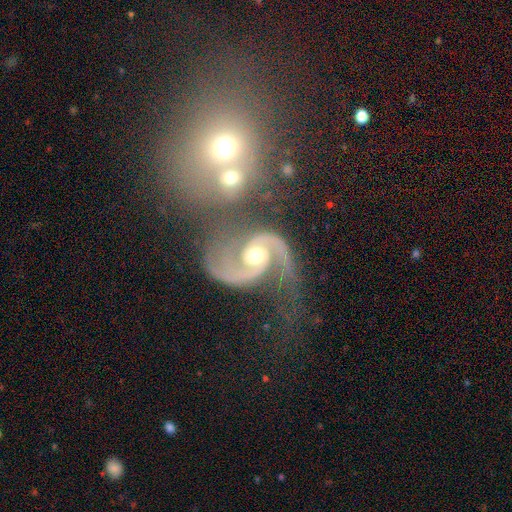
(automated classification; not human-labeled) A featured or disk galaxy (92%) with no bar (52%), 2 (93%) medium (58%) spiral arms (98%) and a moderate central bulge (68%). Merging: none (47%).